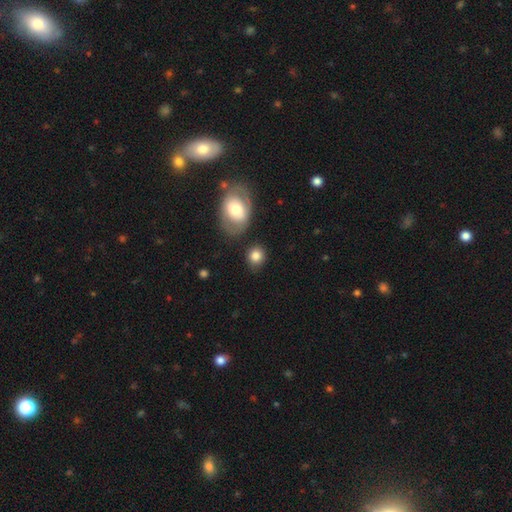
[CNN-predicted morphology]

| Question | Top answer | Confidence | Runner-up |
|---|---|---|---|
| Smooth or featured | smooth | 83% | star or artifact (8%) |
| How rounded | round | 74% | in between (25%) |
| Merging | none | 78% | minor disturbance (12%) |